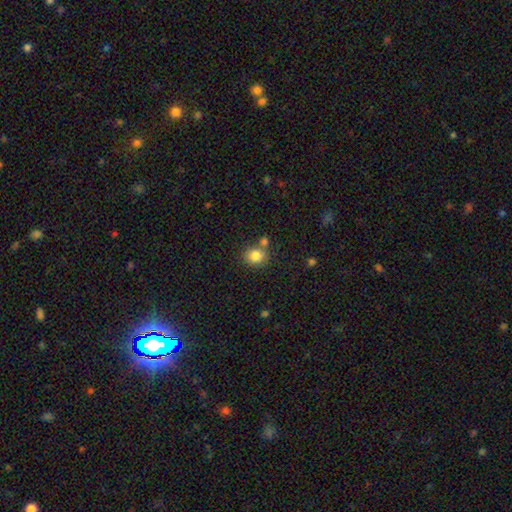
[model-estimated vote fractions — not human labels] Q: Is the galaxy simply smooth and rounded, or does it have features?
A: smooth — 83%.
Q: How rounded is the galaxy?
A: round — 78%.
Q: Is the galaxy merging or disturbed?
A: none — 67%.